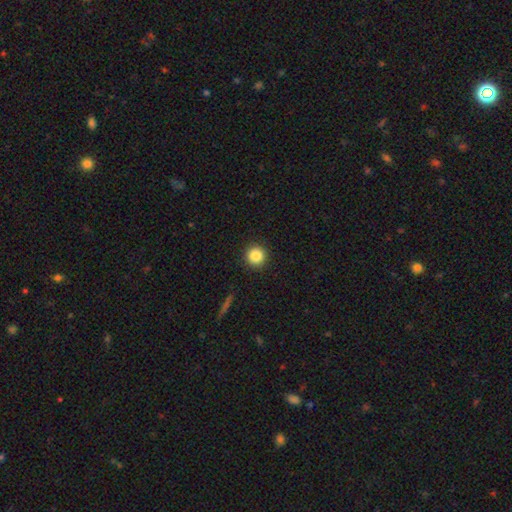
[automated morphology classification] smooth_or_featured: smooth (p=0.86) [alt: star or artifact p=0.10]
how_rounded: round (p=0.95) [alt: in between p=0.04]
merging: none (p=0.92) [alt: minor disturbance p=0.05]